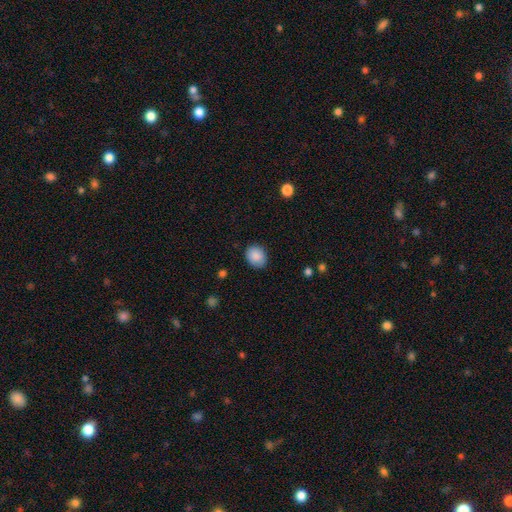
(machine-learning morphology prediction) smooth-or-featured: smooth: 88% | star or artifact: 7% | featured or disk: 5%
  how-rounded: round: 53% | in between: 46% | cigar-shaped: 1%
  merging: none: 84% | minor disturbance: 13% | major disturbance: 3% | merger: 1%